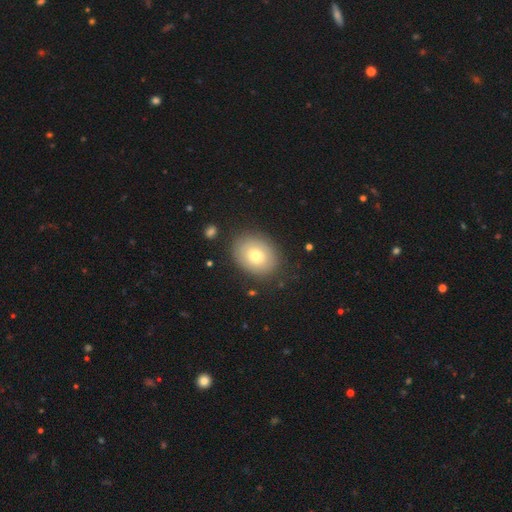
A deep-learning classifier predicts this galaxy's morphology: smooth 67%, featured or disk 25%, star or artifact 8%. Down the decision tree: how rounded — in between (60%); merging — none (83%).